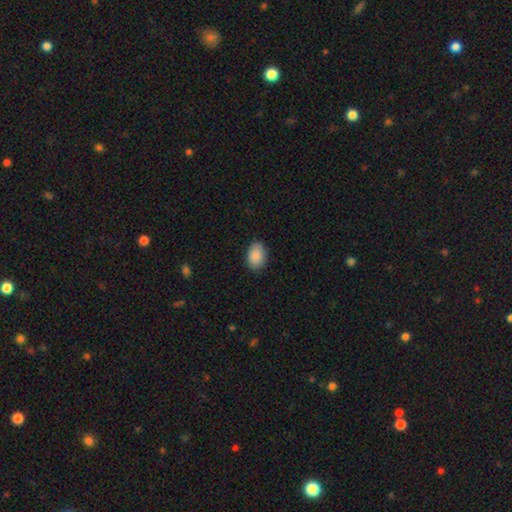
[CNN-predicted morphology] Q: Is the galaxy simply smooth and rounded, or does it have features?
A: smooth — 89%.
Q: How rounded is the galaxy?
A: in between — 84%.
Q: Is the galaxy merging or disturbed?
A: none — 85%.